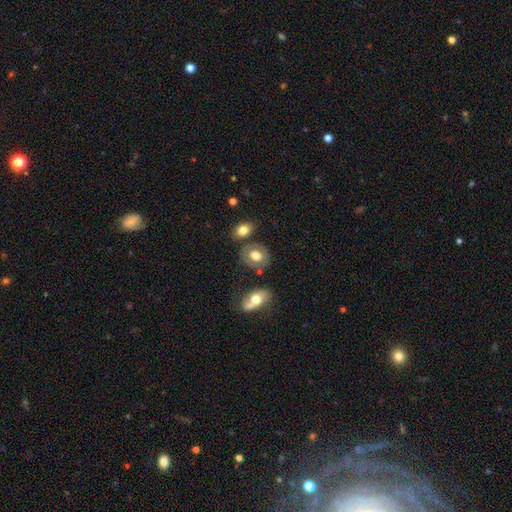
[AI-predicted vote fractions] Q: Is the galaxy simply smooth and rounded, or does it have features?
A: smooth — 61%.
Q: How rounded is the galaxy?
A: round — 51%.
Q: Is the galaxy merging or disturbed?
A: none — 71%.